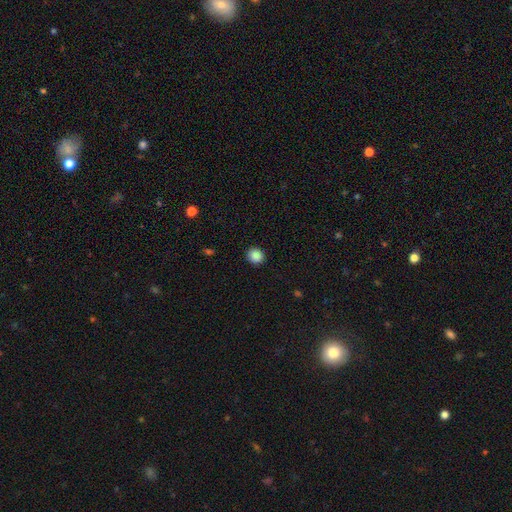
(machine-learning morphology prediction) Smooth or featured?
  - smooth: 88% *
  - star or artifact: 9%
  - featured or disk: 3%
How rounded?
  - round: 87% *
  - in between: 12%
  - cigar-shaped: 1%
Merging?
  - none: 92% *
  - minor disturbance: 6%
  - major disturbance: 2%
  - merger: 1%